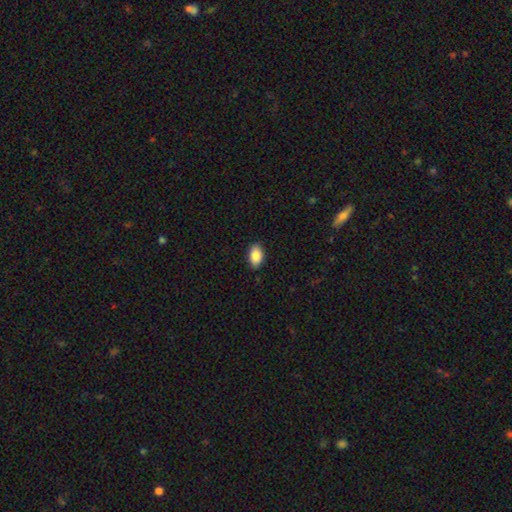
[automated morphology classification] smooth 88%, star or artifact 7%, featured or disk 5%. Down the decision tree: how rounded — in between (93%); merging — none (88%).